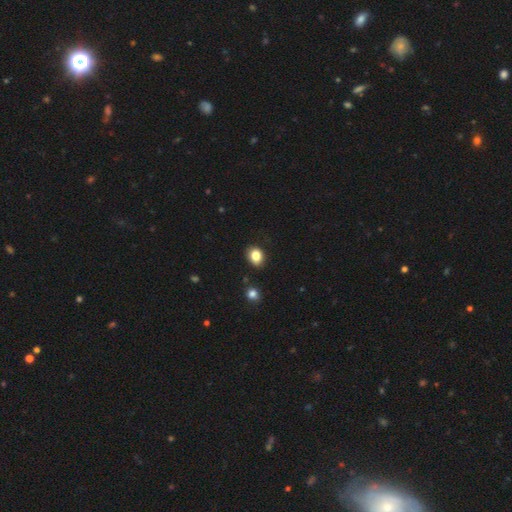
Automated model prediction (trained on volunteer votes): Smooth or featured?
  - smooth: 84% *
  - star or artifact: 10%
  - featured or disk: 6%
How rounded?
  - round: 50% *
  - in between: 49%
  - cigar-shaped: 1%
Merging?
  - none: 86% *
  - minor disturbance: 10%
  - merger: 2%
  - major disturbance: 2%